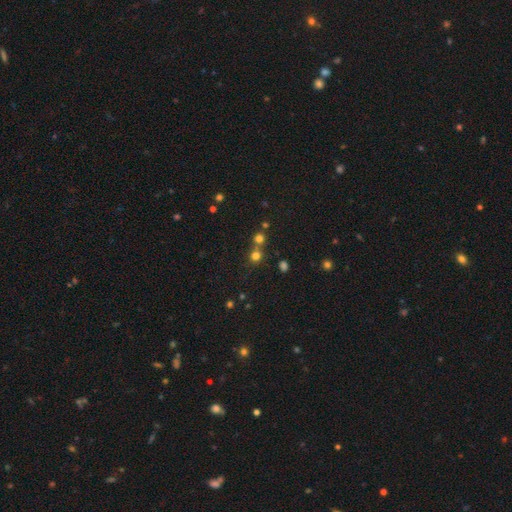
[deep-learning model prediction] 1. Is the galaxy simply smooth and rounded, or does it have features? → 68% smooth, 24% star or artifact, 8% featured or disk.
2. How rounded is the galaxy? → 90% round, 9% in between, 1% cigar-shaped.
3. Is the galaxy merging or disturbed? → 60% none, 31% merger, 6% minor disturbance, 3% major disturbance.